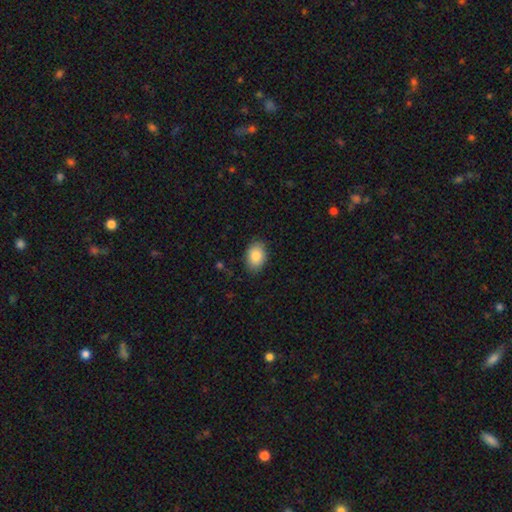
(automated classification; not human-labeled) Morphology: type=smooth (86%); roundness=in between (77%); merging=none (85%).